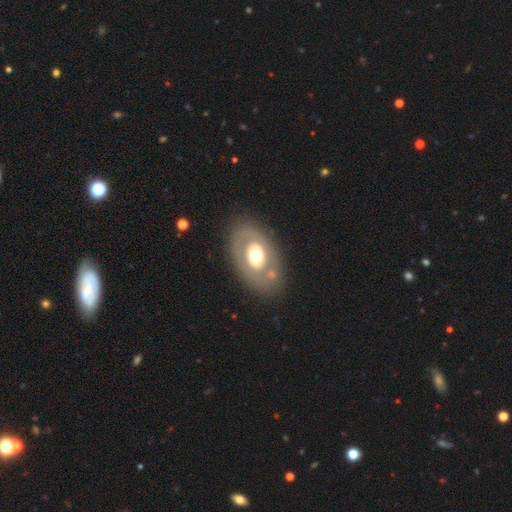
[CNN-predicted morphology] smooth_or_featured: featured or disk (p=0.51) [alt: smooth p=0.43]
disk_edge_on: no (p=0.91) [alt: yes p=0.09]
merging: none (p=0.76) [alt: minor disturbance p=0.12]